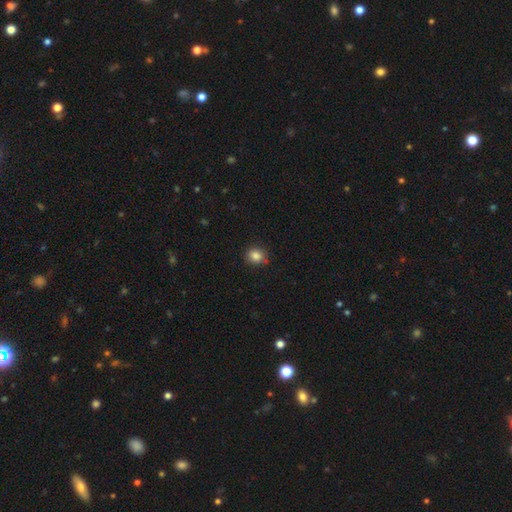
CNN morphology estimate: Smooth or featured?
  - smooth: 84% *
  - star or artifact: 11%
  - featured or disk: 5%
How rounded?
  - round: 82% *
  - in between: 17%
  - cigar-shaped: 1%
Merging?
  - none: 79% *
  - minor disturbance: 16%
  - major disturbance: 3%
  - merger: 2%